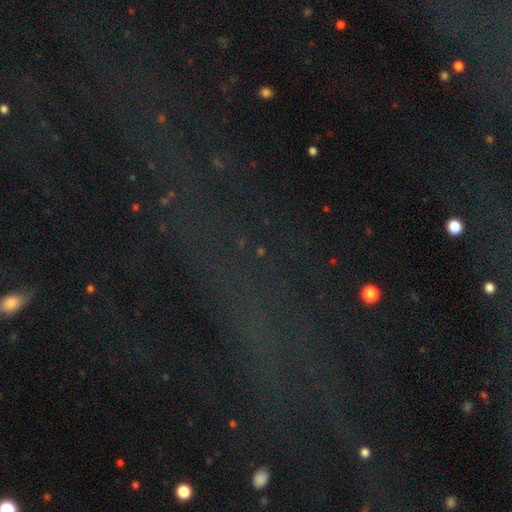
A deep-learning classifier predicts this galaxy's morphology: This appears to be a star or artifact, not a galaxy (69%).